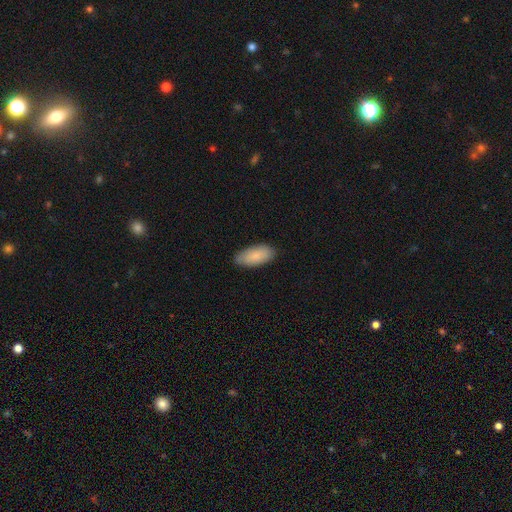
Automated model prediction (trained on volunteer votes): A smooth galaxy with no disk features (84%) that is in between round and cigar-shaped (92%).

Vote fractions:
- Smooth or featured? smooth: 84% / featured or disk: 11% / star or artifact: 5%
- How rounded? in between: 92% / cigar-shaped: 6% / round: 2%
- Merging? none: 82% / minor disturbance: 14% / major disturbance: 2% / merger: 1%